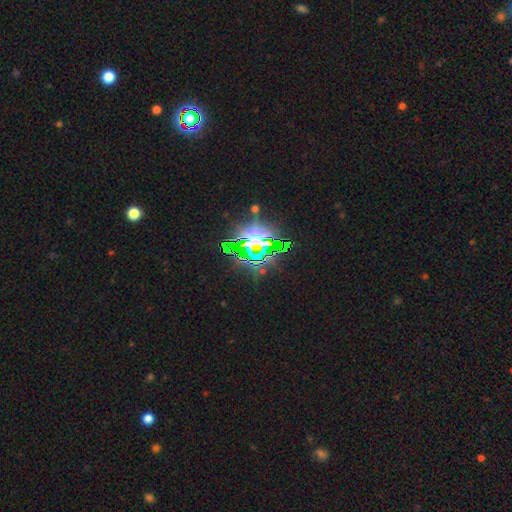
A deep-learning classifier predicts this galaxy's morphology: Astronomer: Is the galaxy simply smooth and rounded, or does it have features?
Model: star or artifact — 81%.